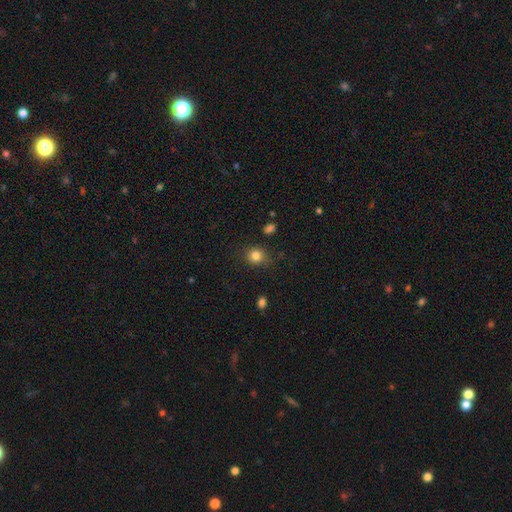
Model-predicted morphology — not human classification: Q: Smooth or featured?
A: smooth (83%); runner-up: star or artifact (12%)
Q: How rounded?
A: round (80%); runner-up: in between (20%)
Q: Merging?
A: none (80%); runner-up: minor disturbance (14%)